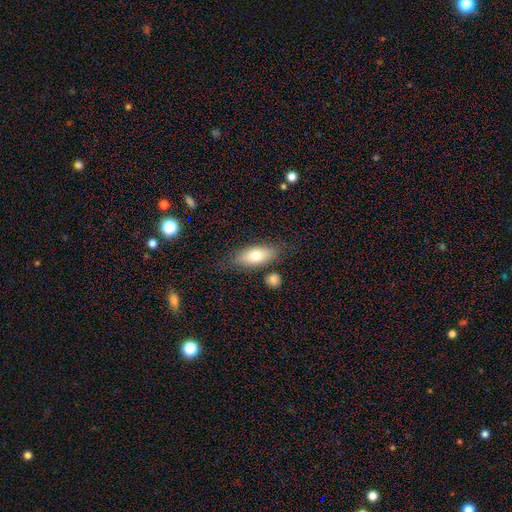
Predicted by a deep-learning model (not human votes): Smooth or featured? Predicted: smooth (p=0.73). How rounded? Predicted: in between (p=0.79). Merging? Predicted: none (p=0.75).